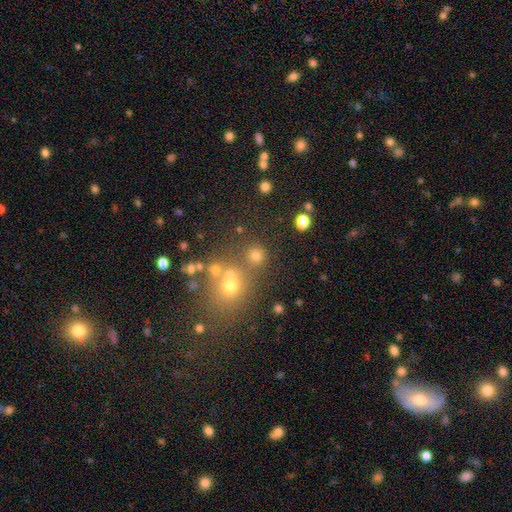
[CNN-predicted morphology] This is likely a smooth galaxy (74%). How rounded: clearly round (89%). Merging: likely none (71%).